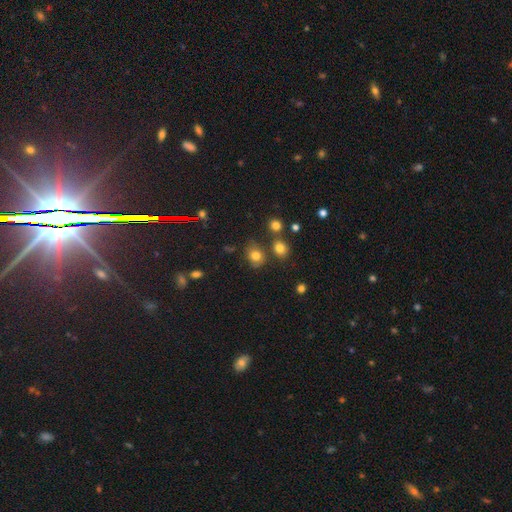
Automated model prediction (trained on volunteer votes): A smooth galaxy with no disk features (77%) that is round (55%).

Vote fractions:
- Smooth or featured? smooth: 77% / star or artifact: 14% / featured or disk: 9%
- How rounded? round: 55% / in between: 44% / cigar-shaped: 1%
- Merging? none: 69% / minor disturbance: 17% / merger: 9% / major disturbance: 5%